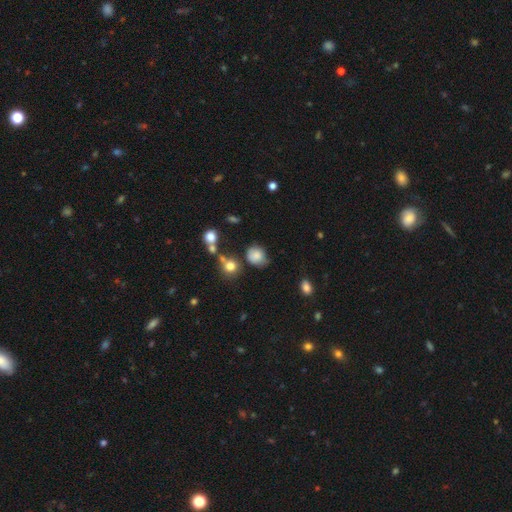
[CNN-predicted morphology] smooth 80%, star or artifact 11%, featured or disk 9%. Down the decision tree: how rounded — round (65%); merging — none (50%).